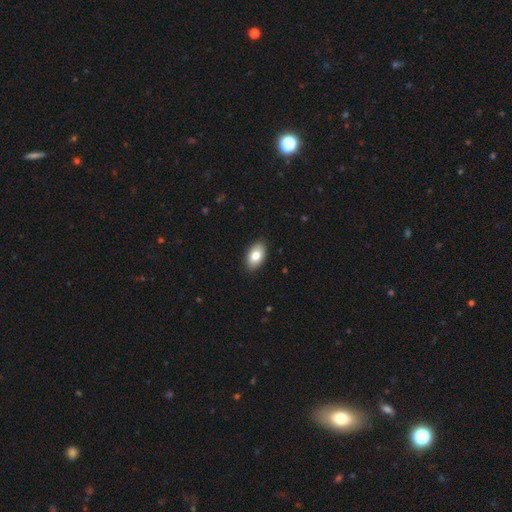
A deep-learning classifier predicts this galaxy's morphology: This is clearly a smooth galaxy (82%). How rounded: clearly in between (94%). Merging: clearly none (89%).